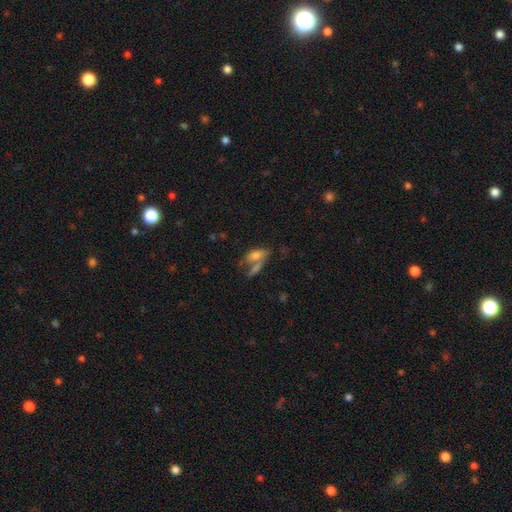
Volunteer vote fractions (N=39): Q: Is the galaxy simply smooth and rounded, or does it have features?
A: smooth — 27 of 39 (69%).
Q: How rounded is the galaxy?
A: in between — 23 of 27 (85%).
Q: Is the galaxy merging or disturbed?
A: merger — 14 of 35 (40%).